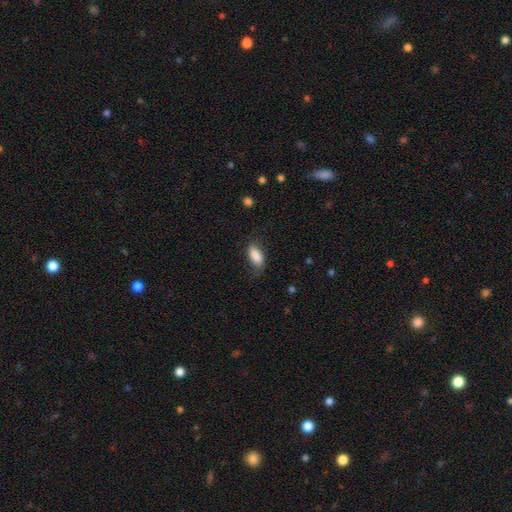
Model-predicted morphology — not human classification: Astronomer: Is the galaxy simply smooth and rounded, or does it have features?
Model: smooth — 85%.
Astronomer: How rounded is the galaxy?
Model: in between — 89%.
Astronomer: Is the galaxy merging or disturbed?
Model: none — 66%.